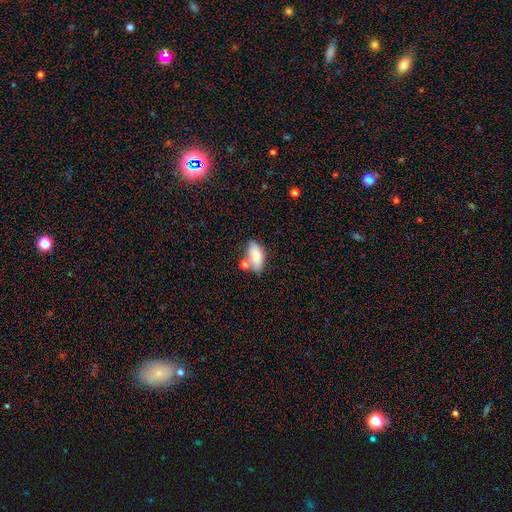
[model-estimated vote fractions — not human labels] Morphology: type=smooth (80%); roundness=in between (90%); merging=none (51%).